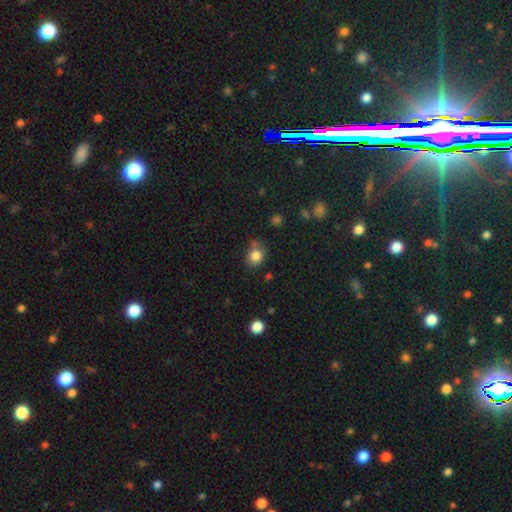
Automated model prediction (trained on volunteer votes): Q: Smooth or featured?
A: smooth (83%); runner-up: star or artifact (11%)
Q: How rounded?
A: round (68%); runner-up: in between (31%)
Q: Merging?
A: none (65%); runner-up: minor disturbance (22%)